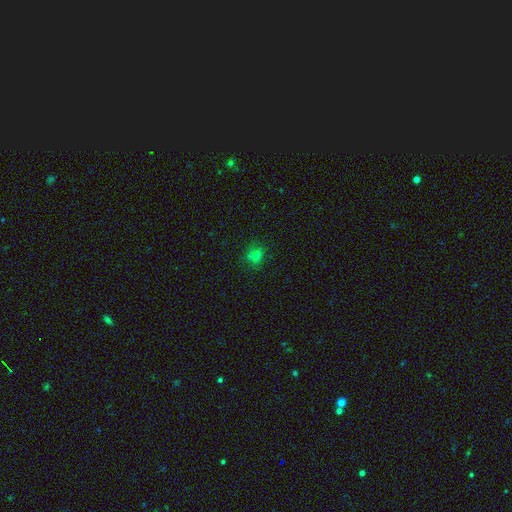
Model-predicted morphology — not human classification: This appears to be a smooth galaxy with no disk features (61%) that is round (60%). Merging: none (69%).